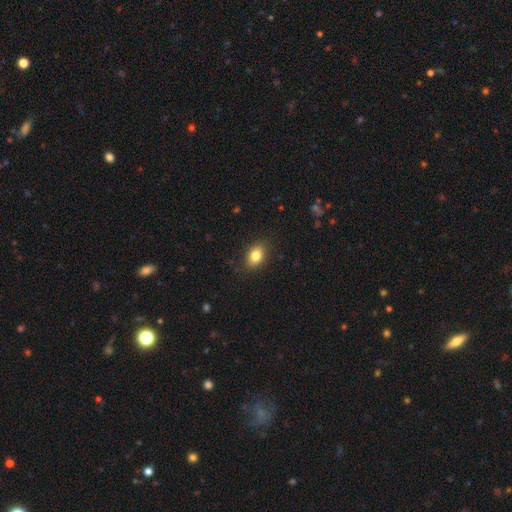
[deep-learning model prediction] Morphology: type=smooth (83%); roundness=in between (79%); merging=none (85%).